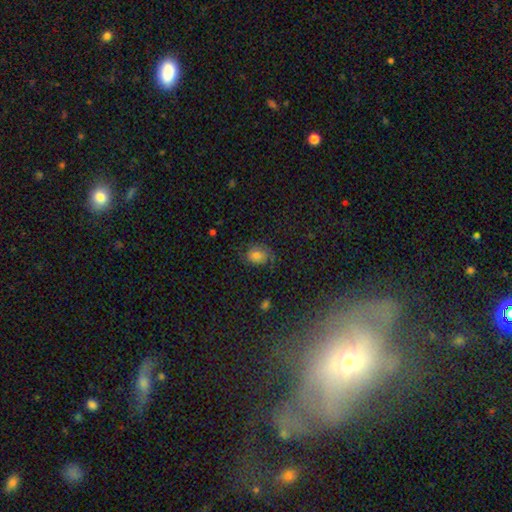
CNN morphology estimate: Q: Smooth or featured?
A: smooth (69%); runner-up: star or artifact (15%)
Q: How rounded?
A: in between (52%); runner-up: round (47%)
Q: Merging?
A: none (68%); runner-up: minor disturbance (22%)